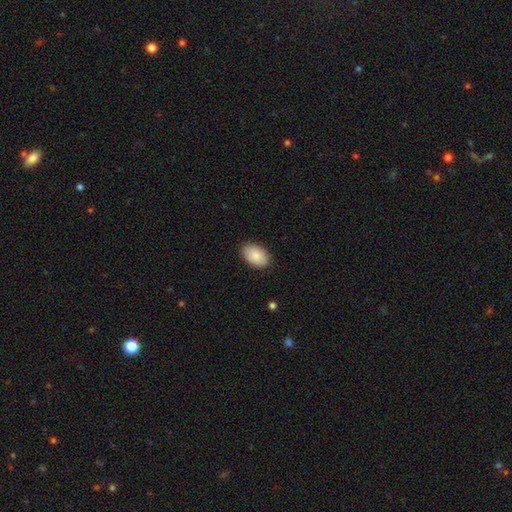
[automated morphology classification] smooth-or-featured: smooth: 87% | featured or disk: 7% | star or artifact: 6%
  how-rounded: in between: 92% | round: 7% | cigar-shaped: 1%
  merging: none: 86% | minor disturbance: 11% | major disturbance: 2% | merger: 1%